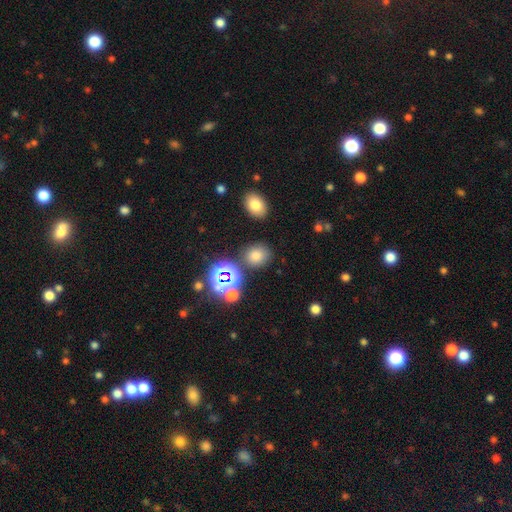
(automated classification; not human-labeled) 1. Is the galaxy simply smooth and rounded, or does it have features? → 67% smooth, 26% star or artifact, 7% featured or disk.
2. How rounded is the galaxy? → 70% round, 29% in between, 1% cigar-shaped.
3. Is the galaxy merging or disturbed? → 81% none, 10% minor disturbance, 6% merger, 4% major disturbance.